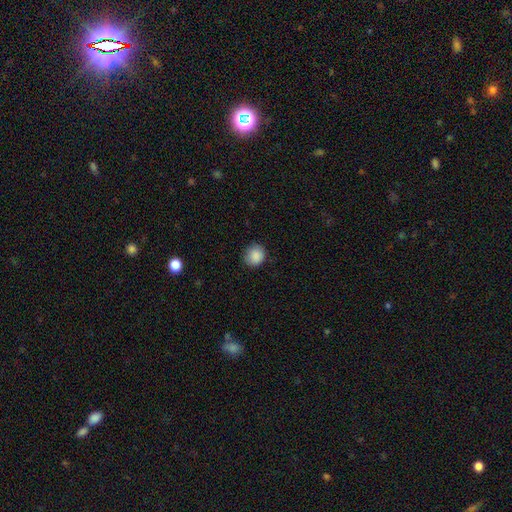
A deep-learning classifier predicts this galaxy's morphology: Smooth or featured?
  - smooth: 88% *
  - star or artifact: 9%
  - featured or disk: 4%
How rounded?
  - round: 82% *
  - in between: 17%
  - cigar-shaped: 1%
Merging?
  - none: 82% *
  - minor disturbance: 14%
  - major disturbance: 3%
  - merger: 1%